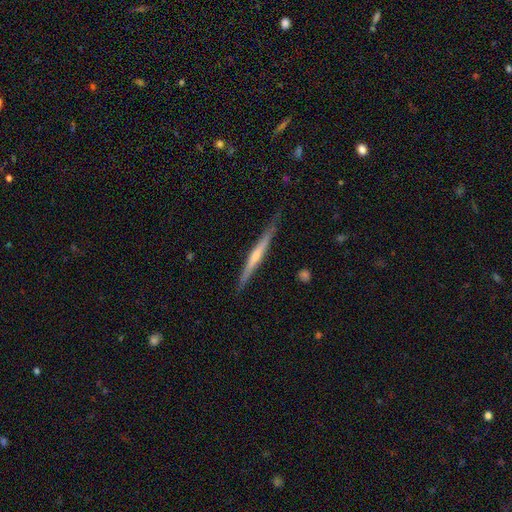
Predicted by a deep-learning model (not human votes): smooth_or_featured: featured or disk (p=0.68) [alt: smooth p=0.26]
disk_edge_on: yes (p=0.97) [alt: no p=0.03]
edge_on_bulge: rounded (p=0.64) [alt: none p=0.30]
merging: none (p=0.84) [alt: minor disturbance p=0.13]